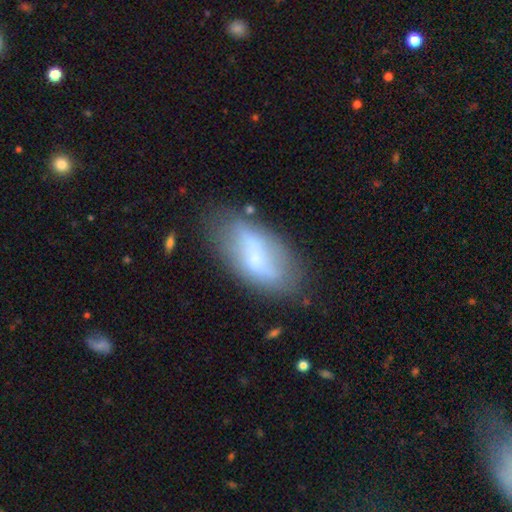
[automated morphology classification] Overall: featured or disk (46%, tied with smooth). Merging: none (68%).